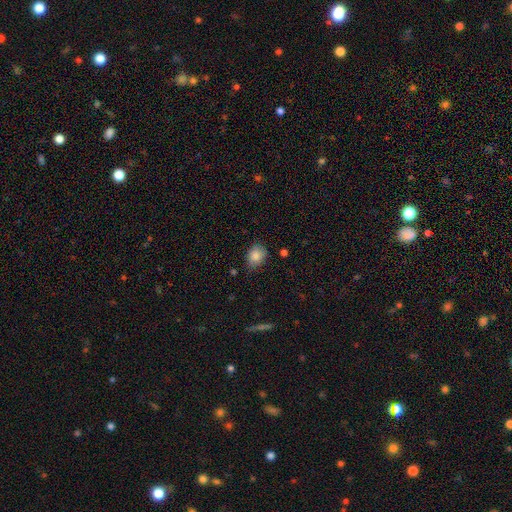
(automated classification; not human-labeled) smooth-or-featured: smooth: 85% | star or artifact: 8% | featured or disk: 7%
  how-rounded: in between: 57% | round: 42% | cigar-shaped: 1%
  merging: none: 74% | minor disturbance: 21% | major disturbance: 4% | merger: 2%